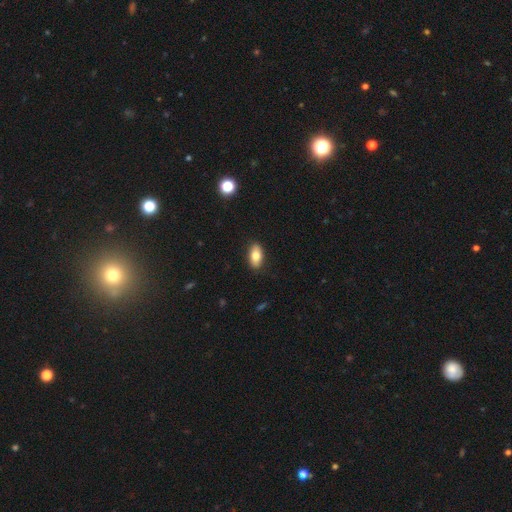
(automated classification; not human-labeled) This is clearly a smooth galaxy (80%). How rounded: clearly in between (91%). Merging: clearly none (88%).